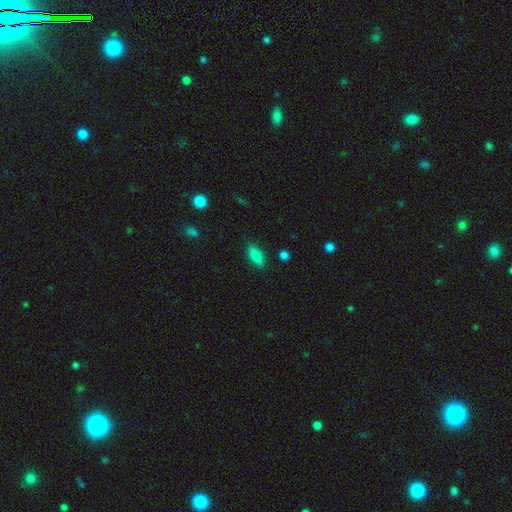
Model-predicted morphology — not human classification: A smooth galaxy with no disk features (85%) that is in between round and cigar-shaped (80%).

Vote fractions:
- Smooth or featured? smooth: 85% / star or artifact: 8% / featured or disk: 7%
- How rounded? in between: 80% / cigar-shaped: 17% / round: 3%
- Merging? none: 83% / minor disturbance: 12% / major disturbance: 3% / merger: 2%